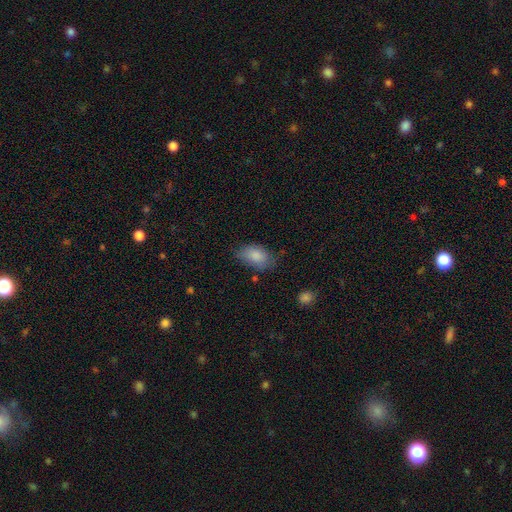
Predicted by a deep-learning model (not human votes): Q: Smooth or featured?
A: smooth (84%); runner-up: featured or disk (8%)
Q: How rounded?
A: in between (89%); runner-up: round (9%)
Q: Merging?
A: none (58%); runner-up: minor disturbance (30%)